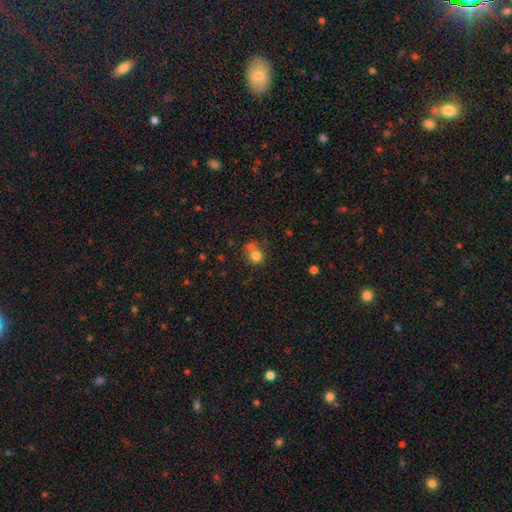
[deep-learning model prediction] Smooth or featured? smooth (78%)
How rounded? round (78%)
Merging? none (45%)